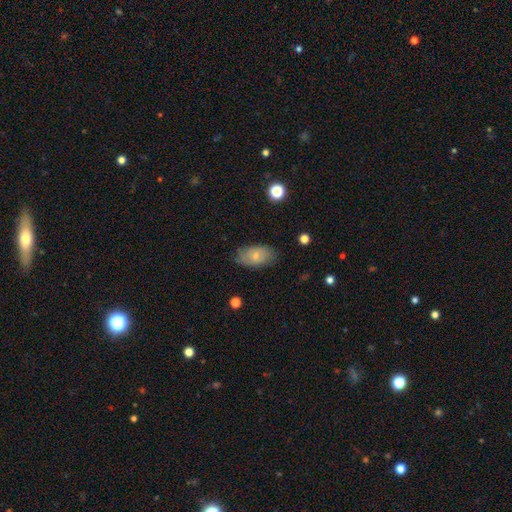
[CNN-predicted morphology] The model was most divided on "smooth or featured": smooth: 66%, featured or disk: 27%, star or artifact: 7%. More confident: how rounded — in between (92%); merging — none (75%).